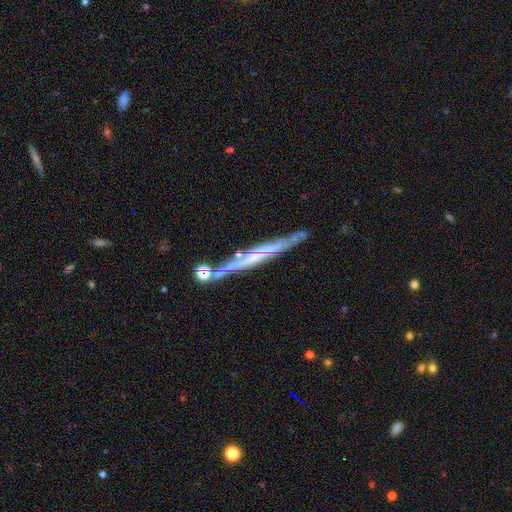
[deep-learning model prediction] Smooth or featured? Predicted: featured or disk (p=0.72). Edge-on disk? Predicted: yes (p=0.91). Edge-on bulge? Predicted: none (p=0.63). Merging? Predicted: none (p=0.75).